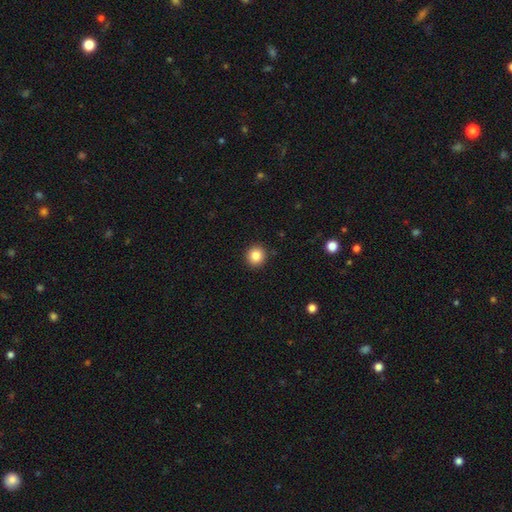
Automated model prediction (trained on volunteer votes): A smooth galaxy with no disk features (84%) that is round (94%).

Vote fractions:
- Smooth or featured? smooth: 84% / star or artifact: 10% / featured or disk: 5%
- How rounded? round: 94% / in between: 5% / cigar-shaped: 1%
- Merging? none: 92% / minor disturbance: 5% / major disturbance: 2% / merger: 1%